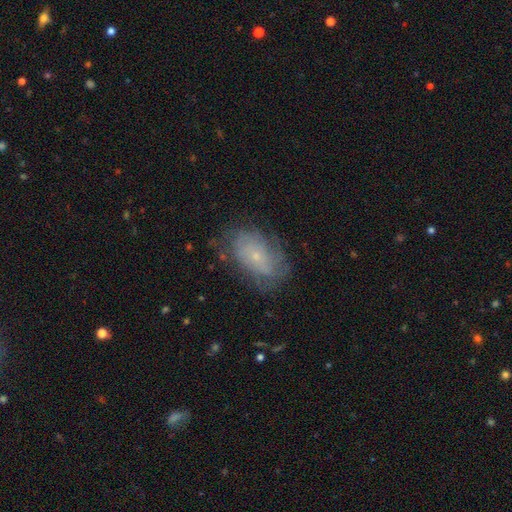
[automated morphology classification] smooth-or-featured: featured or disk: 53% | smooth: 37% | star or artifact: 10%
  disk-edge-on: no: 94% | yes: 6%
    bar: no: 81% | weak: 16% | strong: 3%
    has-spiral-arms: yes: 69% | no: 31%
    bulge-size: small: 81% | moderate: 12% | none: 4% | large: 1% | dominant: 1%
  merging: none: 68% | minor disturbance: 21% | major disturbance: 10% | merger: 1%